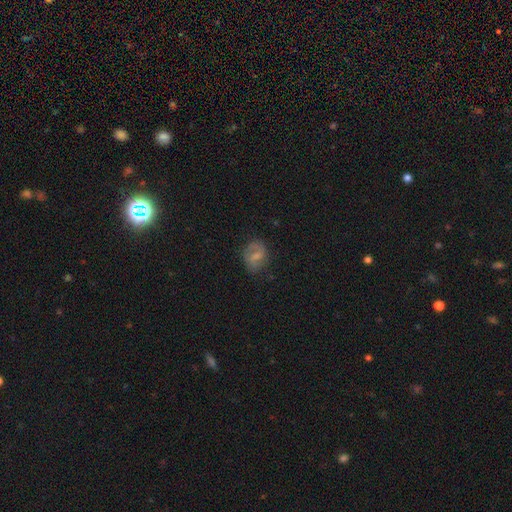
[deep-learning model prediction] Overall: smooth (45%, tied with featured or disk). Merging: none (67%).